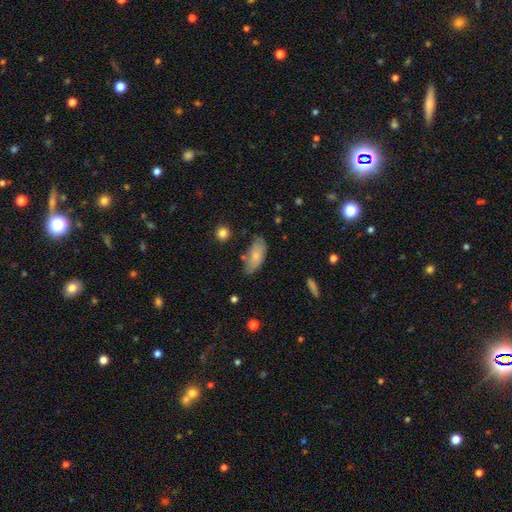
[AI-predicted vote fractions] Smooth or featured? Predicted: smooth (p=0.75). How rounded? Predicted: in between (p=0.89). Merging? Predicted: none (p=0.60).